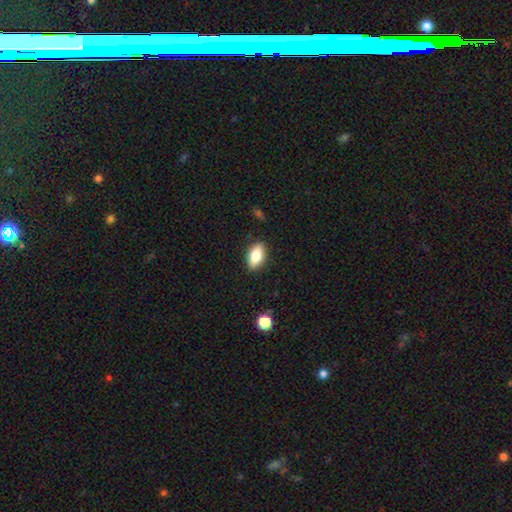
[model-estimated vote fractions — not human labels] smooth-or-featured: smooth: 81% | featured or disk: 11% | star or artifact: 7%
  how-rounded: in between: 89% | cigar-shaped: 6% | round: 5%
  merging: none: 87% | minor disturbance: 10% | major disturbance: 2% | merger: 1%